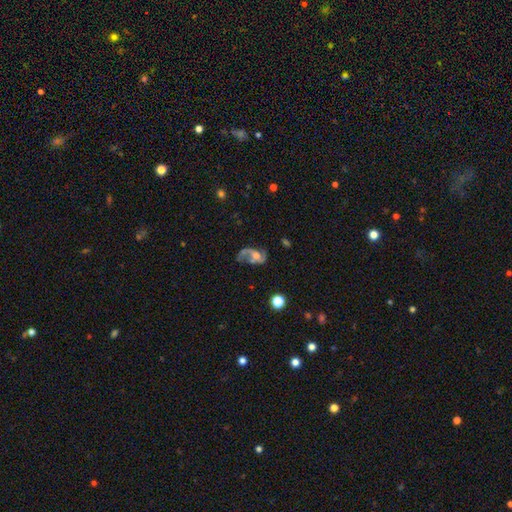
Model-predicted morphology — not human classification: Smooth or featured? Predicted: featured or disk (p=0.76). Edge-on disk? Predicted: no (p=0.97). Bar? Predicted: no (p=0.54). Spiral arms? Predicted: yes (p=0.86). Spiral winding? Predicted: loose (p=0.68). Spiral arm count? Predicted: 2 (p=0.78). Bulge size? Predicted: moderate (p=0.44). Merging? Predicted: none (p=0.41).